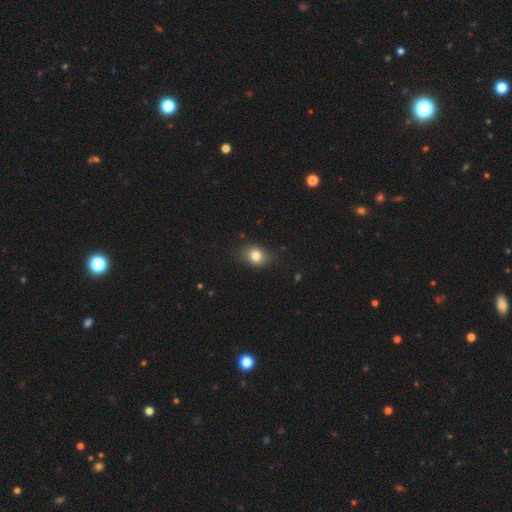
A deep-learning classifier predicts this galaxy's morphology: A smooth galaxy with no disk features (81%) that is in between round and cigar-shaped (56%). Merging: none (80%).